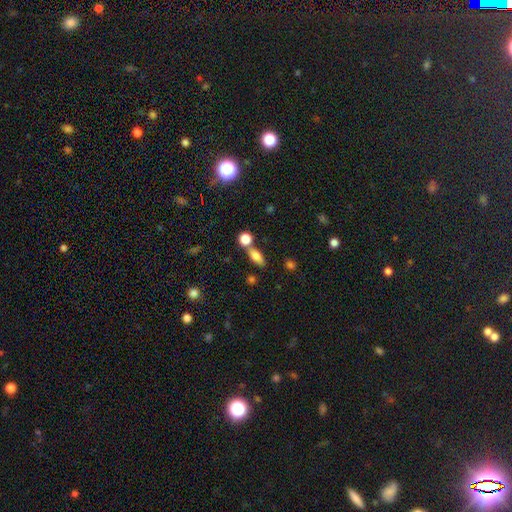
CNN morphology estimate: Overall: smooth (76%). How rounded: in between (74%). Merging: none (63%).